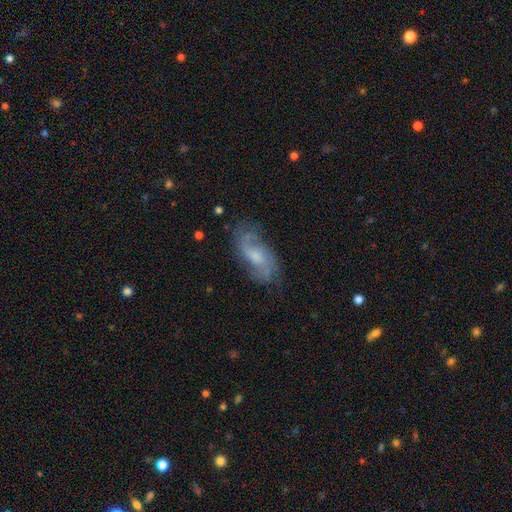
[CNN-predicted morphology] Q: Smooth or featured?
A: featured or disk (74%); runner-up: smooth (18%)
Q: Edge-on disk?
A: no (93%); runner-up: yes (7%)
Q: Bar?
A: no (55%); runner-up: weak (39%)
Q: Spiral arms?
A: yes (92%); runner-up: no (8%)
Q: Spiral winding?
A: medium (45%); runner-up: loose (34%)
Q: Spiral arm count?
A: 2 (67%); runner-up: can't tell (17%)
Q: Bulge size?
A: moderate (46%); runner-up: small (37%)
Q: Merging?
A: none (71%); runner-up: minor disturbance (19%)